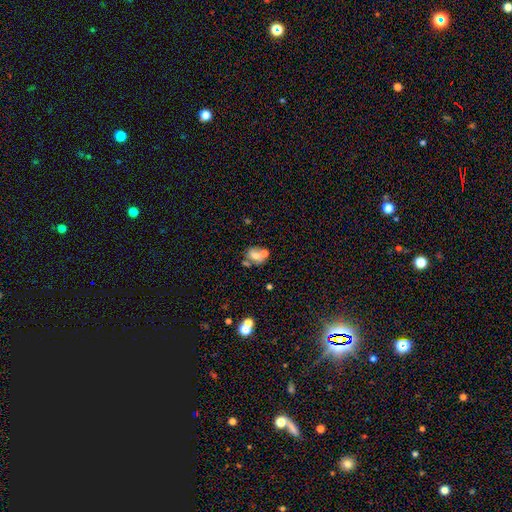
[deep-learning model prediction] Smooth or featured? smooth (53%)
How rounded? in between (57%)
Merging? none (39%)